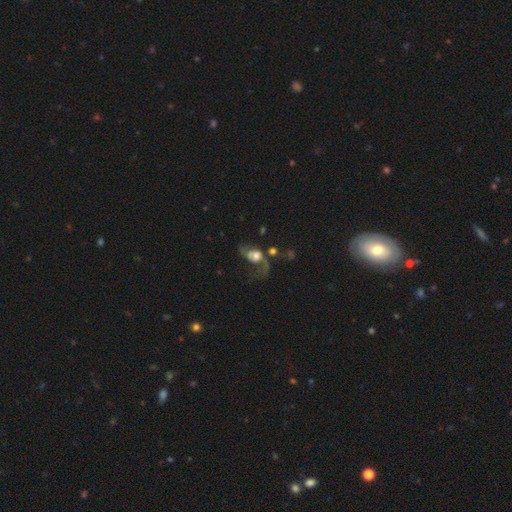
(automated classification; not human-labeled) Q: Smooth or featured?
A: featured or disk (57%); runner-up: smooth (33%)
Q: Edge-on disk?
A: no (95%); runner-up: yes (5%)
Q: Bar?
A: no (73%); runner-up: weak (21%)
Q: Spiral arms?
A: yes (74%); runner-up: no (26%)
Q: Bulge size?
A: moderate (43%); runner-up: large (33%)
Q: Merging?
A: major disturbance (46%); runner-up: none (28%)